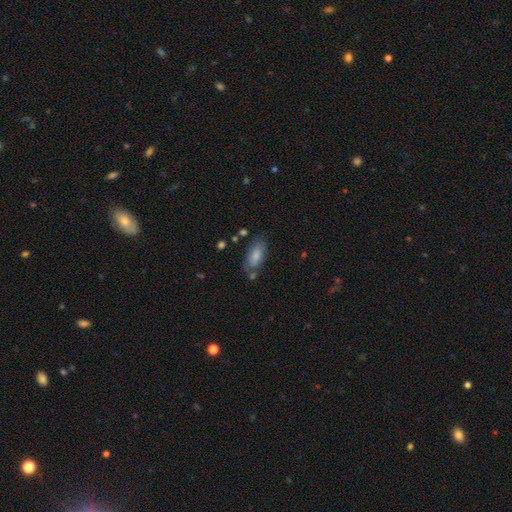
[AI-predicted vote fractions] smooth_or_featured: smooth (p=0.73) [alt: featured or disk p=0.20]
how_rounded: in between (p=0.87) [alt: cigar-shaped p=0.11]
merging: none (p=0.62) [alt: minor disturbance p=0.23]